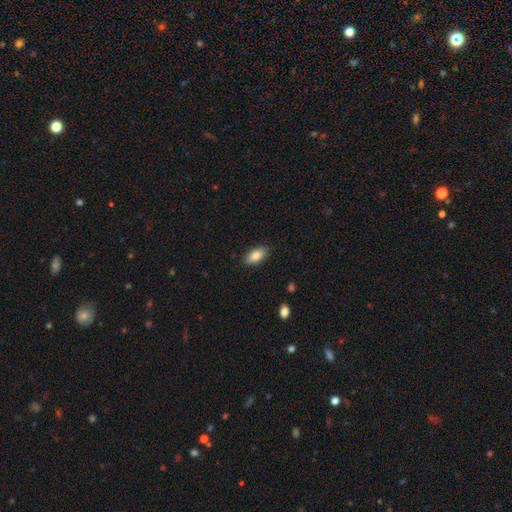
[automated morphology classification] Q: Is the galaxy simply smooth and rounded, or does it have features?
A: smooth — 83%.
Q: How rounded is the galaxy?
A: in between — 91%.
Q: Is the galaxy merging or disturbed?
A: none — 87%.